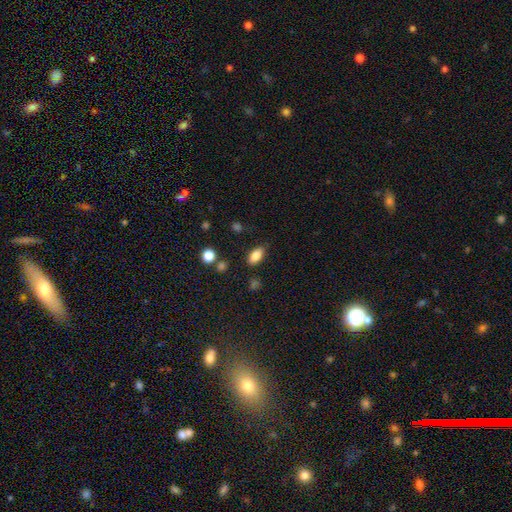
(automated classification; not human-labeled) This appears to be a smooth galaxy with no disk features (84%) that is in between round and cigar-shaped (89%). Merging: none (82%).